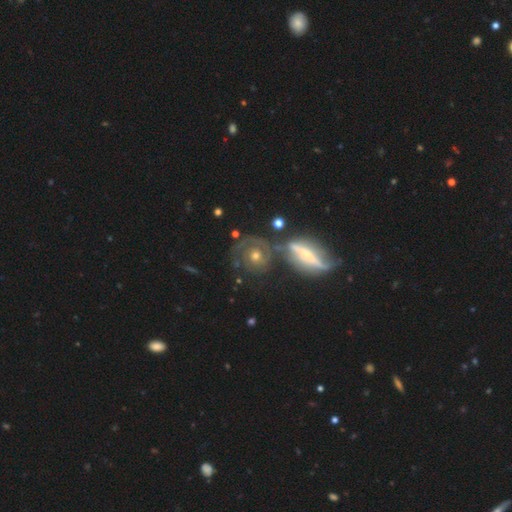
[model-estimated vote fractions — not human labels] Smooth or featured: featured or disk — 67% (smooth — 23%)
Edge-on disk: no — 84% (yes — 16%)
Bar: no — 74% (weak — 17%)
Spiral arms: yes — 65% (no — 35%)
Bulge size: moderate — 57% (small — 28%)
Merging: none — 53% (merger — 20%)